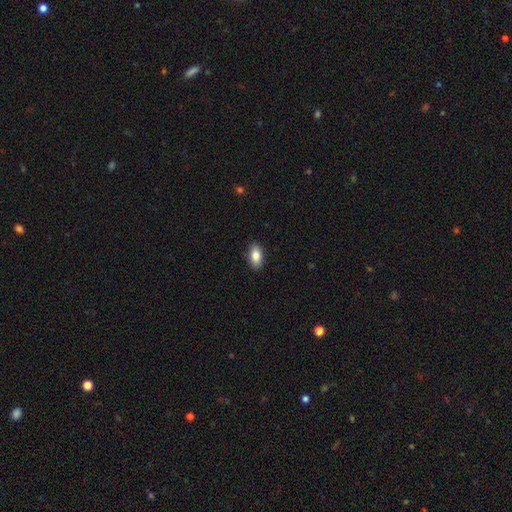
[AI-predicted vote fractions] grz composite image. It shows a smooth galaxy with no disk features (85%) that is in between round and cigar-shaped (91%). Merging: none (89%).